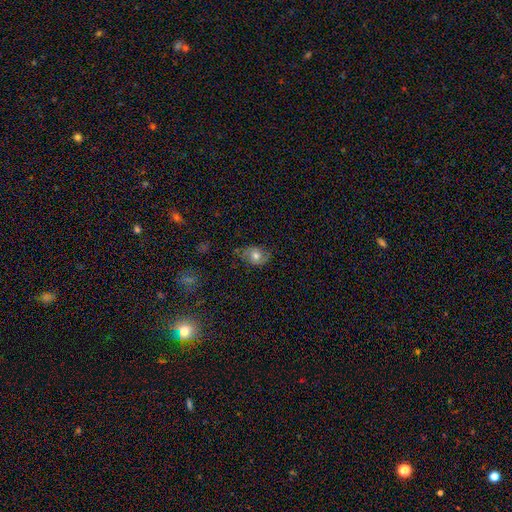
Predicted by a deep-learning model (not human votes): The model was most divided on "how rounded": in between: 55%, round: 44%, cigar-shaped: 1%. More confident: merging — none (66%); smooth or featured — smooth (64%).